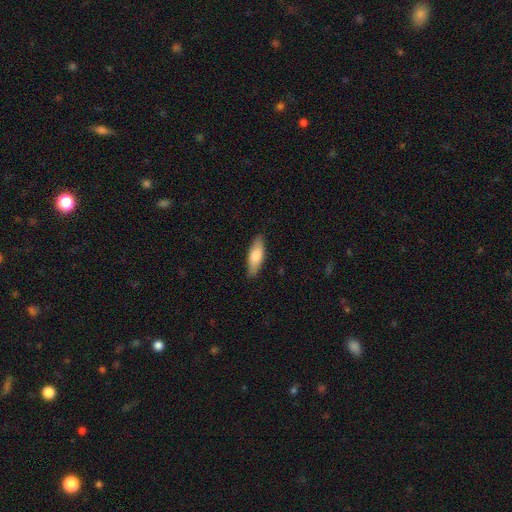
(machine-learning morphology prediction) Q: Smooth or featured?
A: smooth (76%); runner-up: featured or disk (19%)
Q: How rounded?
A: in between (59%); runner-up: cigar-shaped (39%)
Q: Merging?
A: none (87%); runner-up: minor disturbance (10%)